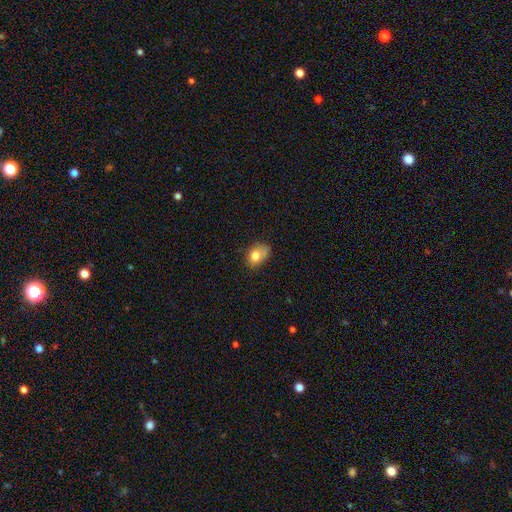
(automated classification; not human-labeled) smooth 77%, featured or disk 12%, star or artifact 10%. Down the decision tree: how rounded — in between (67%); merging — none (48%).